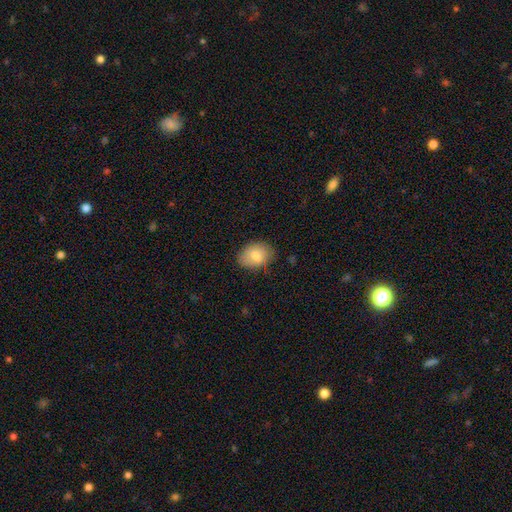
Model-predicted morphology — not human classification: Overall: smooth (81%). How rounded: in between (79%). Merging: none (78%).